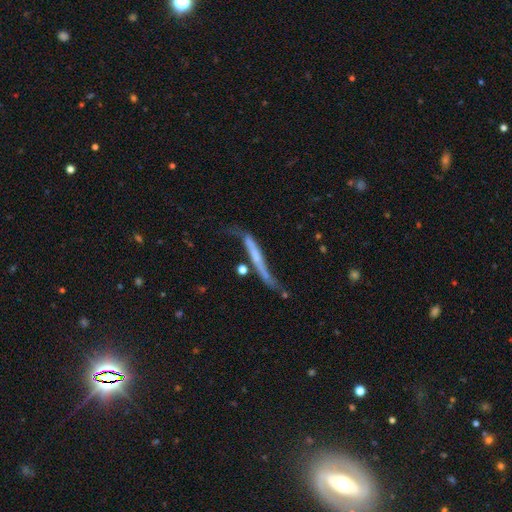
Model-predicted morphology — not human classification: featured or disk 61%, smooth 30%, star or artifact 8%. Down the decision tree: edge-on disk — yes (69%); merging — none (34%).